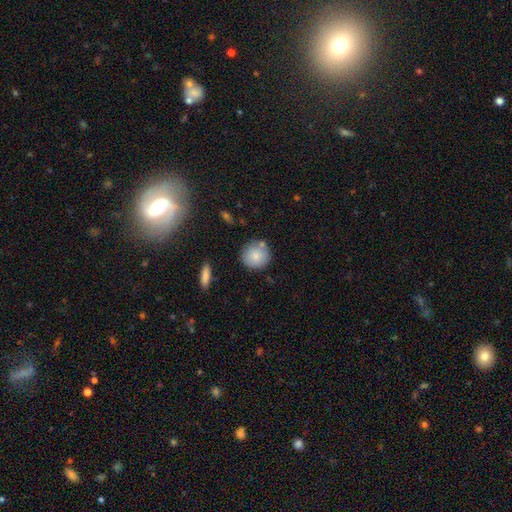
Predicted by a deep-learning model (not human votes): Q: Smooth or featured?
A: smooth (83%); runner-up: featured or disk (9%)
Q: How rounded?
A: round (91%); runner-up: in between (7%)
Q: Merging?
A: none (76%); runner-up: minor disturbance (12%)